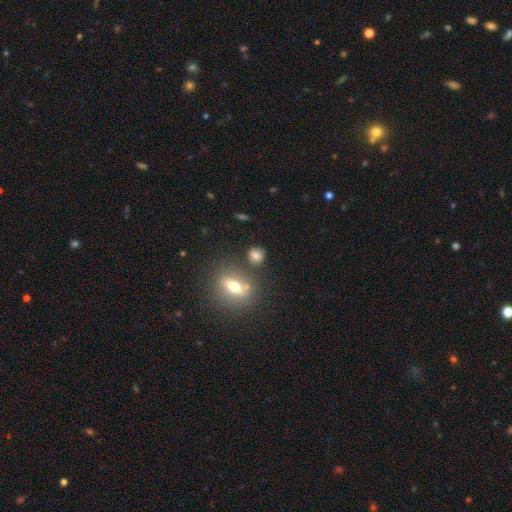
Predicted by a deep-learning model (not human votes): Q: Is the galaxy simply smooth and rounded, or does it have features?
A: smooth — 74%.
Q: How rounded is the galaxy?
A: round — 75%.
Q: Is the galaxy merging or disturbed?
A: none — 73%.